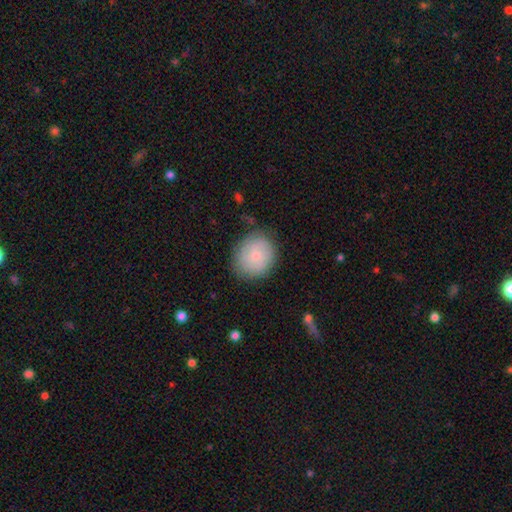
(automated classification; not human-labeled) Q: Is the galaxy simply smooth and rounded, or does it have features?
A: smooth — 64%.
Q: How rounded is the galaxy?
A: round — 72%.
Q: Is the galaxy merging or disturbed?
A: none — 79%.